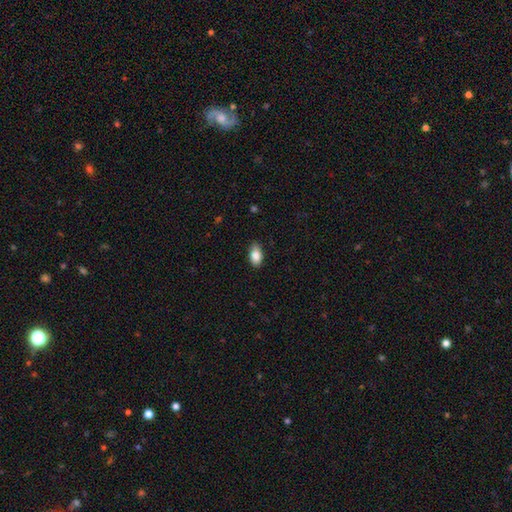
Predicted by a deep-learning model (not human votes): smooth-or-featured: smooth: 86% | star or artifact: 7% | featured or disk: 7%
  how-rounded: in between: 92% | round: 5% | cigar-shaped: 3%
  merging: none: 82% | minor disturbance: 15% | major disturbance: 2% | merger: 1%